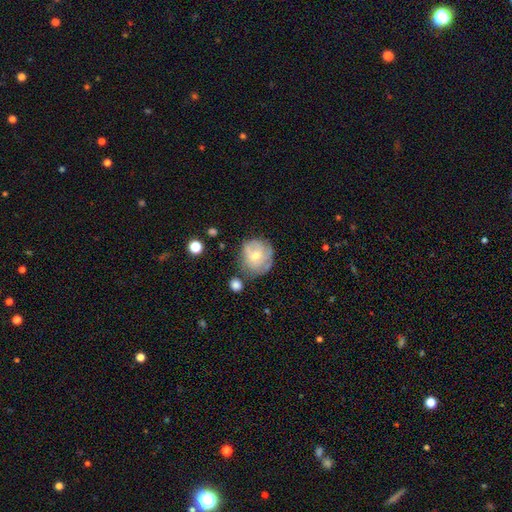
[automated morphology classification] A featured or disk galaxy (56%) with no bar (72%), spiral arms (63%) and a moderate central bulge (48%, tied with small). Merging: none (60%).